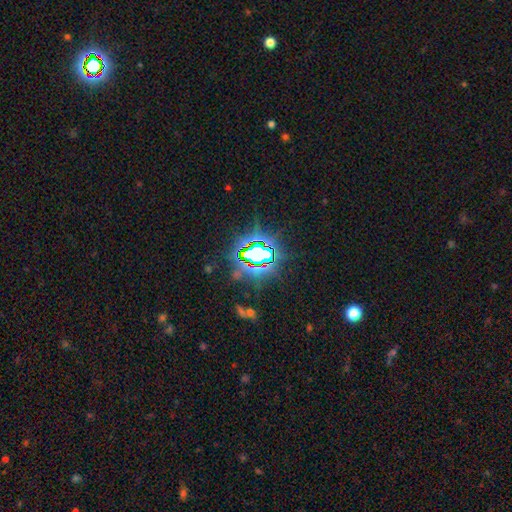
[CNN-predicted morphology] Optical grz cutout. It shows a star or artifact, not a galaxy (77%).